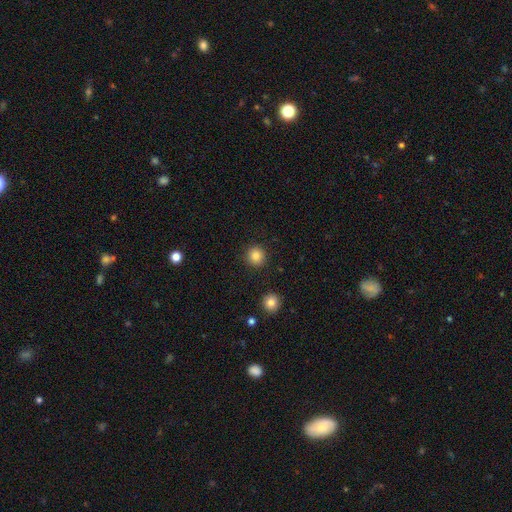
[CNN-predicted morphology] The model was most divided on "smooth or featured": smooth: 86%, star or artifact: 10%, featured or disk: 4%. More confident: how rounded — round (93%); merging — none (91%).